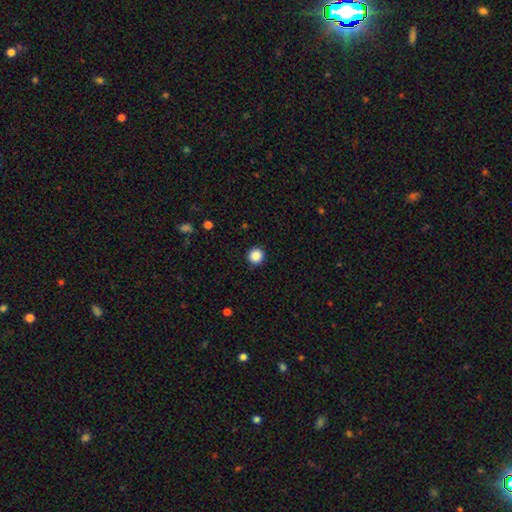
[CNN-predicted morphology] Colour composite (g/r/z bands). It shows a smooth galaxy with no disk features (88%) that is round (94%). Merging: none (92%).